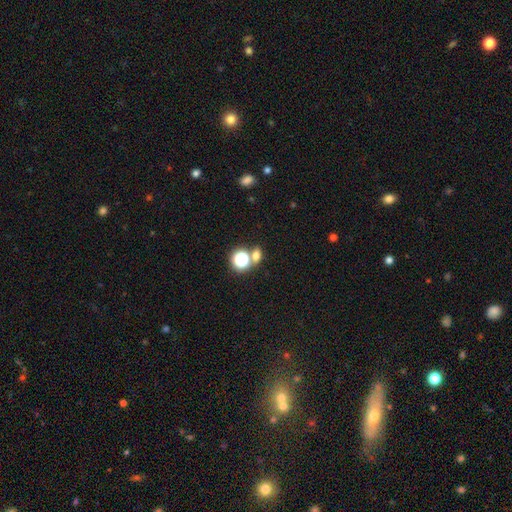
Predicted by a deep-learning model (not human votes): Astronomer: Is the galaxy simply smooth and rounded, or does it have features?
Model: smooth — 63%.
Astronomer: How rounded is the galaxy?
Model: round — 52% (runner-up: in between, 46%).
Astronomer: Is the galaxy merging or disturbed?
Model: none — 62%.